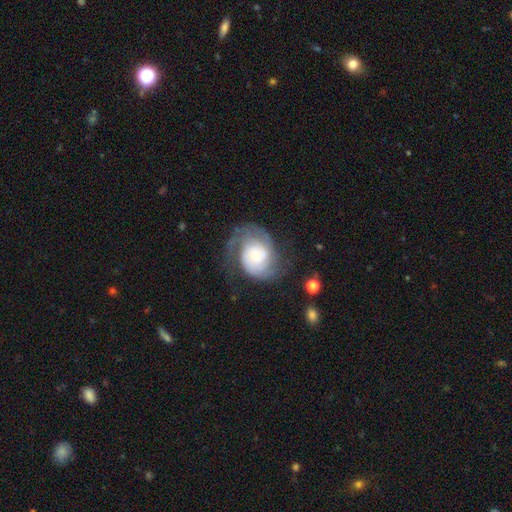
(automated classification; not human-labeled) Morphology: type=featured or disk (84%); edge-on=no (98%); bar=no (68%); spiral arms=yes (96%); winding=tight (49%); arm count=2 (56%); bulge=small (49%); merging=none (60%).